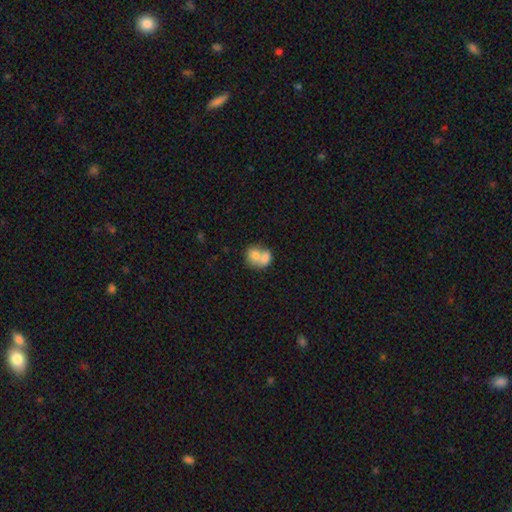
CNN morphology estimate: Overall: smooth (71%). How rounded: round (55%; in between 44%). Merging: merger (70%).